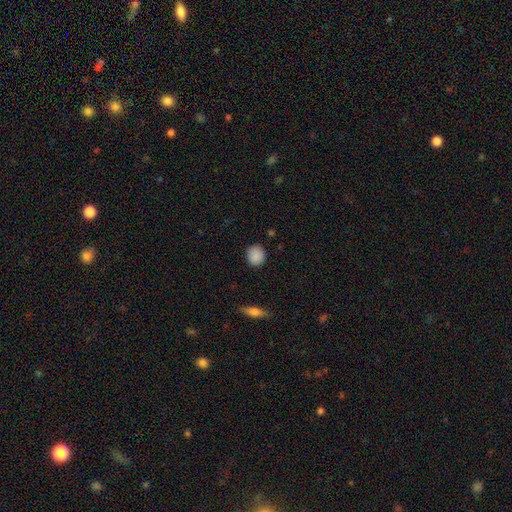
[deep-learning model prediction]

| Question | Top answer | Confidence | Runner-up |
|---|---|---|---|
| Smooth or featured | smooth | 88% | star or artifact (8%) |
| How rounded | round | 82% | in between (17%) |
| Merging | none | 87% | minor disturbance (9%) |